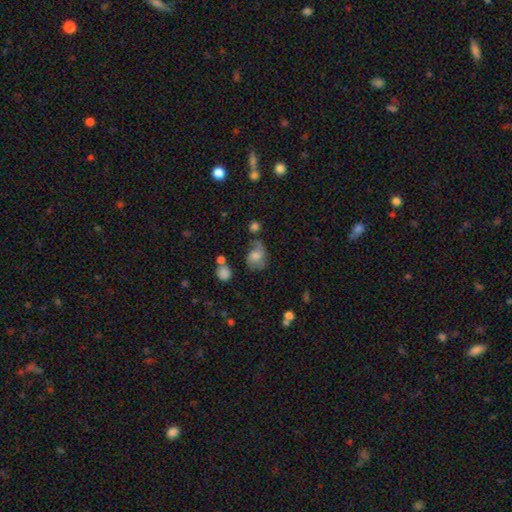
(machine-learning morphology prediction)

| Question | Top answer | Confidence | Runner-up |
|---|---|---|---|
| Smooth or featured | featured or disk | 45% | smooth (44%) |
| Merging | none | 47% | minor disturbance (27%) |